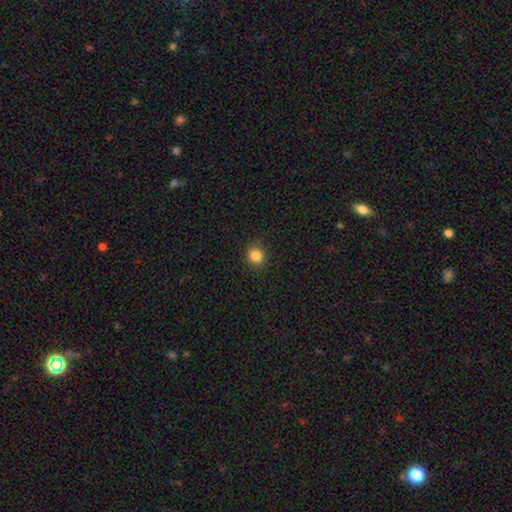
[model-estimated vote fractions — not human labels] smooth_or_featured: smooth (p=0.84) [alt: star or artifact p=0.12]
how_rounded: round (p=0.87) [alt: in between p=0.12]
merging: none (p=0.89) [alt: minor disturbance p=0.07]